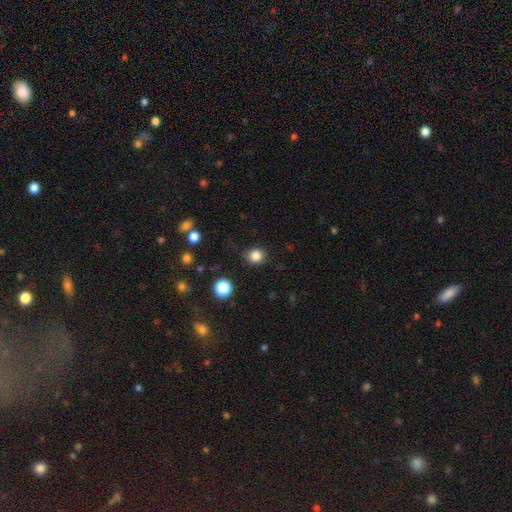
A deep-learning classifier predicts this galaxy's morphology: This appears to be a smooth galaxy with no disk features (84%) that is round (85%). Merging: none (78%).